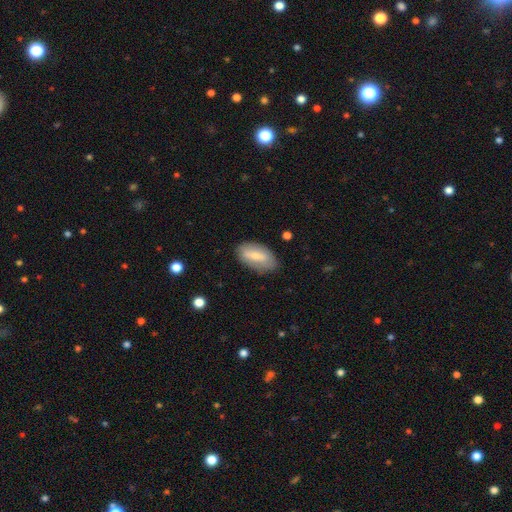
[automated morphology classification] A smooth galaxy with no disk features (64%) that is in between round and cigar-shaped (90%).

Vote fractions:
- Smooth or featured? smooth: 64% / featured or disk: 29% / star or artifact: 6%
- How rounded? in between: 90% / cigar-shaped: 7% / round: 3%
- Merging? none: 78% / minor disturbance: 16% / major disturbance: 4% / merger: 1%